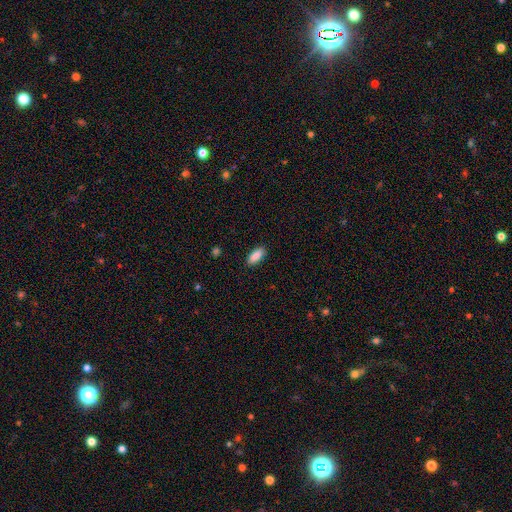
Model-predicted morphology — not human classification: Overall: smooth (89%). How rounded: in between (85%). Merging: none (89%).